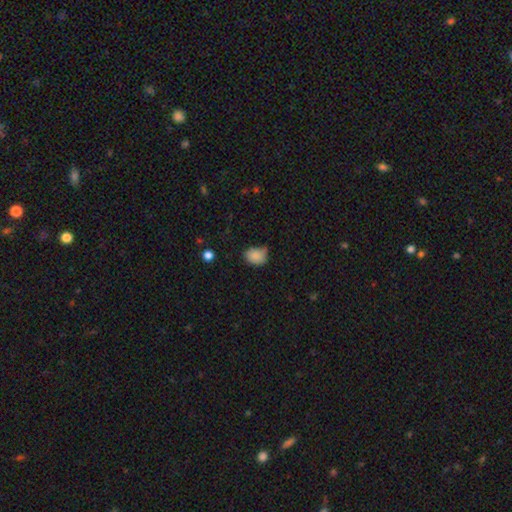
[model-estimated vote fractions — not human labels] Overall: smooth (85%). How rounded: in between (59%; round 40%). Merging: none (53%; minor disturbance 35%).